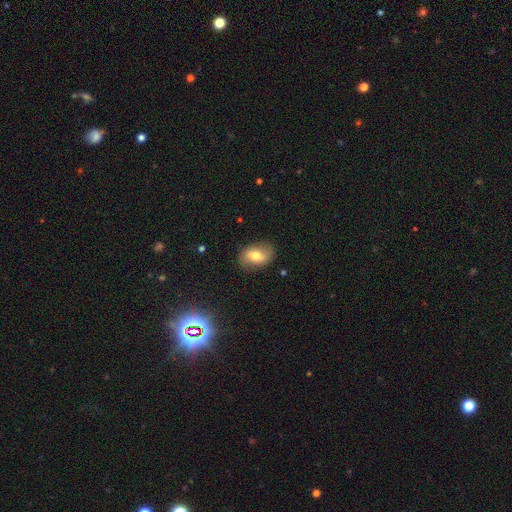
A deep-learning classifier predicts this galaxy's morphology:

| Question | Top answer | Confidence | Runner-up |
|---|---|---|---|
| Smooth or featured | smooth | 58% | featured or disk (33%) |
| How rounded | in between | 79% | round (20%) |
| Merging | none | 82% | minor disturbance (13%) |